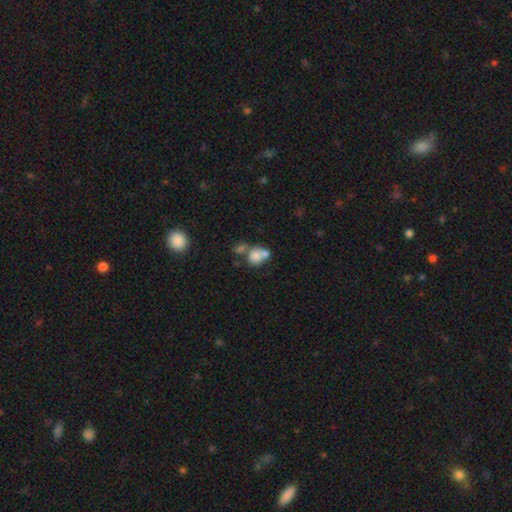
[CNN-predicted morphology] Q: Smooth or featured?
A: smooth (72%); runner-up: featured or disk (17%)
Q: How rounded?
A: round (64%); runner-up: in between (35%)
Q: Merging?
A: merger (56%); runner-up: none (29%)